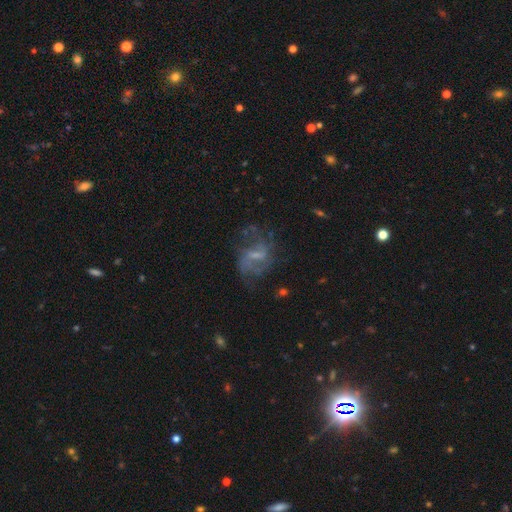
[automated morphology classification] Q: Smooth or featured?
A: featured or disk (69%); runner-up: smooth (19%)
Q: Edge-on disk?
A: no (97%); runner-up: yes (3%)
Q: Bar?
A: weak (53%); runner-up: no (28%)
Q: Spiral arms?
A: yes (76%); runner-up: no (24%)
Q: Spiral winding?
A: loose (47%); runner-up: medium (39%)
Q: Spiral arm count?
A: 2 (51%); runner-up: can't tell (28%)
Q: Bulge size?
A: small (40%); runner-up: none (29%)
Q: Merging?
A: none (54%); runner-up: major disturbance (24%)